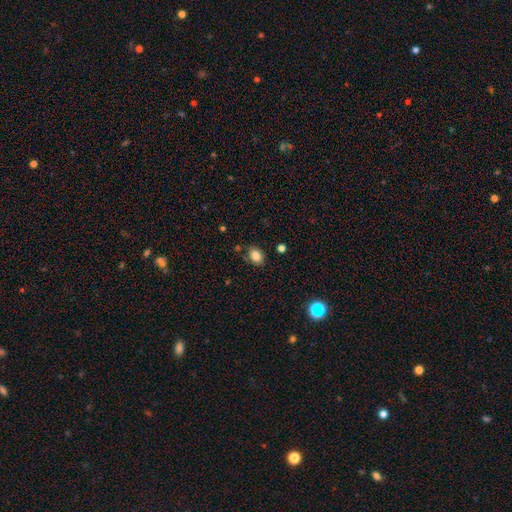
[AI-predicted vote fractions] This appears to be a smooth galaxy with no disk features (84%) that is in between round and cigar-shaped (65%). Merging: none (81%).